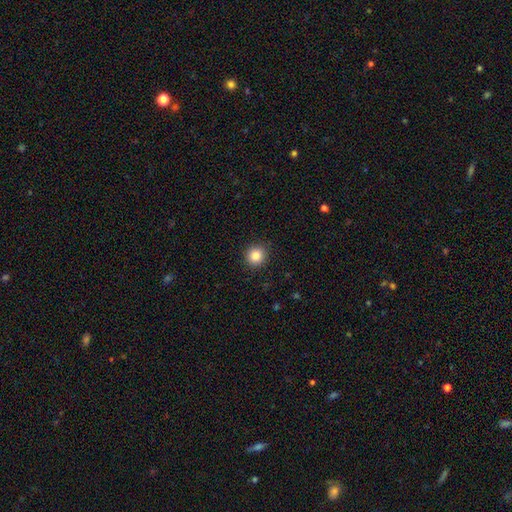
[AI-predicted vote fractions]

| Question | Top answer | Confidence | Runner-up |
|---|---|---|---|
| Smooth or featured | smooth | 84% | star or artifact (11%) |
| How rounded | round | 90% | in between (9%) |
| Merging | none | 92% | minor disturbance (5%) |